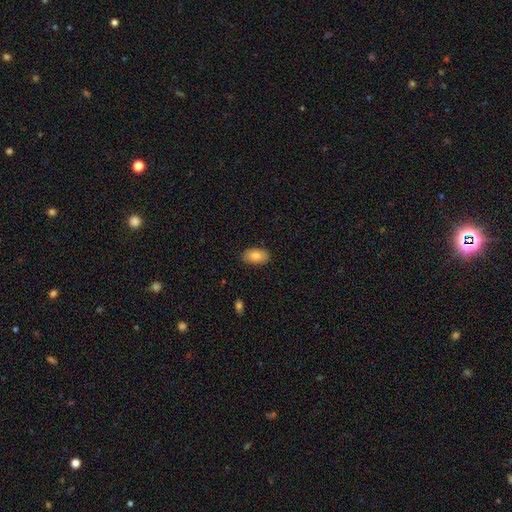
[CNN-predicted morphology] Smooth or featured: smooth — 81% (featured or disk — 12%)
How rounded: in between — 93% (round — 5%)
Merging: none — 86% (minor disturbance — 11%)